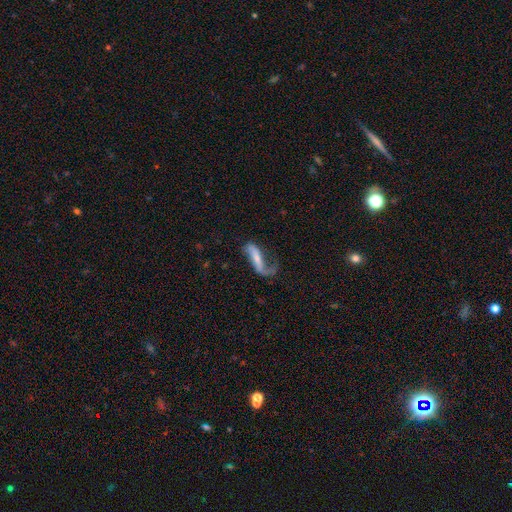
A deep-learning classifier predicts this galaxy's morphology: Overall: featured or disk (72%). Edge-on disk: no (81%). Bar: strong (38%; no 32%). Spiral arms: yes (87%). Spiral arm count: 2 (63%; 1 31%). Spiral winding: loose (78%). Bulge size: small (54%; moderate 28%). Merging: none (41%; major disturbance 33%).